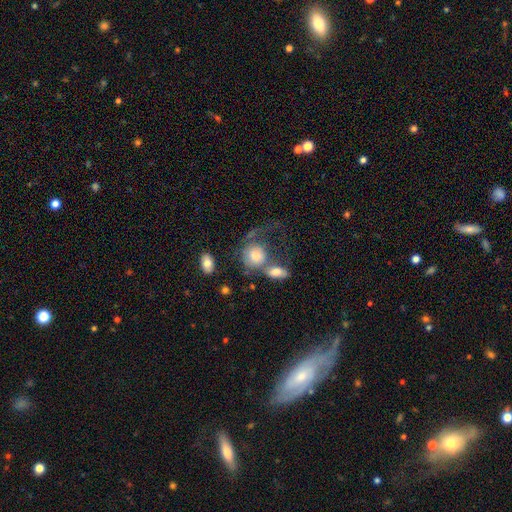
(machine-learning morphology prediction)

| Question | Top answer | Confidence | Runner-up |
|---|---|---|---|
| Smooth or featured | smooth | 66% | featured or disk (24%) |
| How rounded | round | 67% | in between (31%) |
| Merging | merger | 41% | none (24%) |